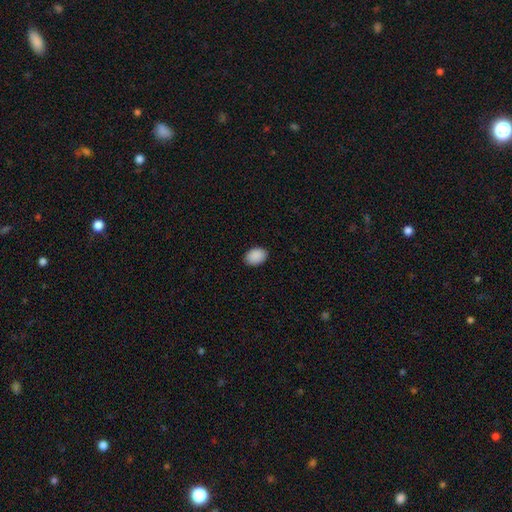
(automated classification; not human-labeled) Smooth or featured? smooth (91%)
How rounded? in between (82%)
Merging? none (88%)